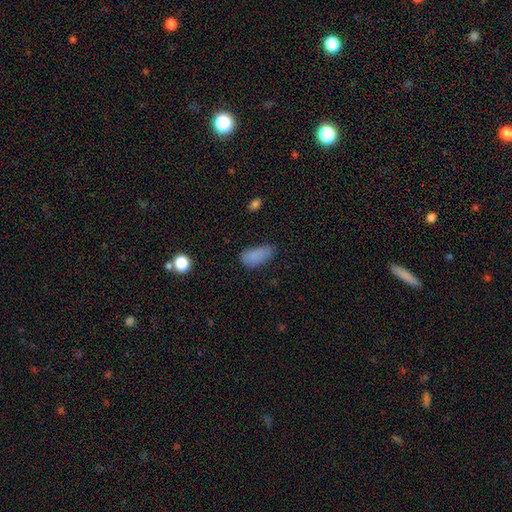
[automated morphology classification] The model was most divided on "merging": none: 54%, minor disturbance: 32%, major disturbance: 11%, merger: 3%. More confident: how rounded — in between (88%); smooth or featured — smooth (83%).